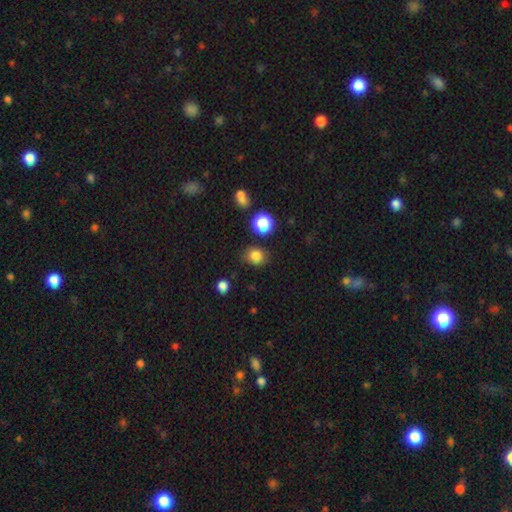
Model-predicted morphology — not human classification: smooth 83%, star or artifact 13%, featured or disk 5%. Down the decision tree: how rounded — round (68%); merging — none (79%).